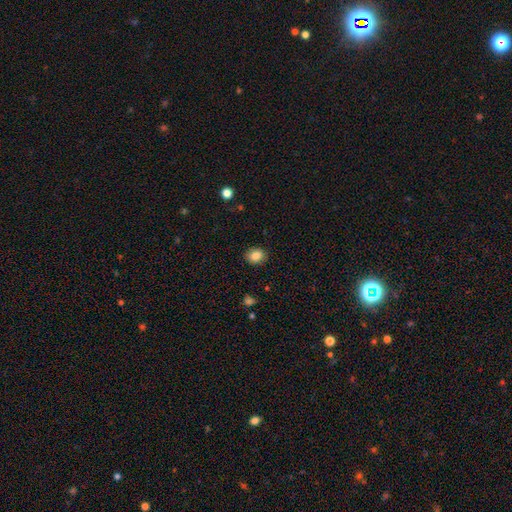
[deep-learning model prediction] This appears to be a smooth galaxy with no disk features (85%) that is round (58%). Merging: none (86%).